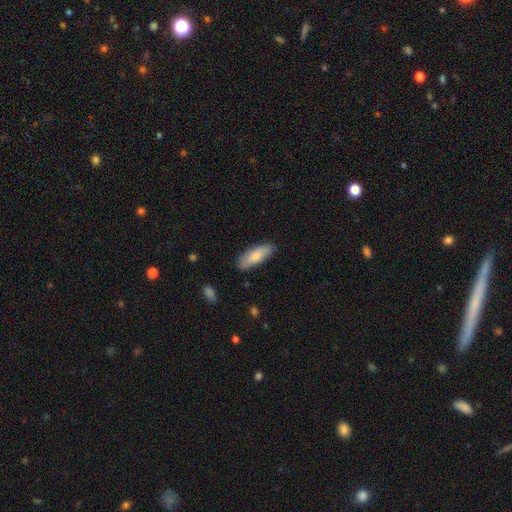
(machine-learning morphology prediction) smooth-or-featured: smooth: 78% | featured or disk: 17% | star or artifact: 5%
  how-rounded: in between: 71% | cigar-shaped: 27% | round: 2%
  merging: none: 80% | minor disturbance: 16% | major disturbance: 3% | merger: 1%